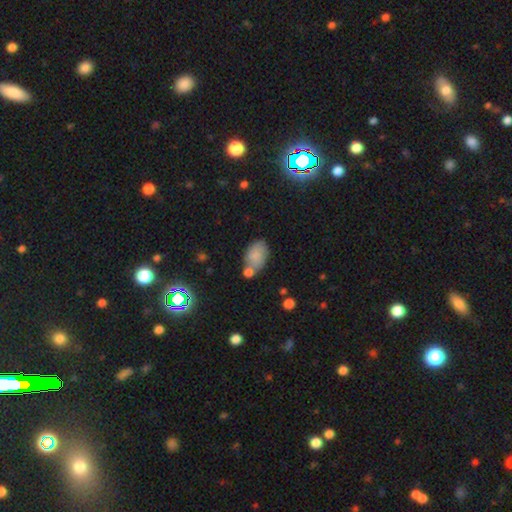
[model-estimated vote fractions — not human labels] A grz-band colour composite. It shows a smooth galaxy with no disk features (80%) that is in between round and cigar-shaped (90%). Merging: none (50%).